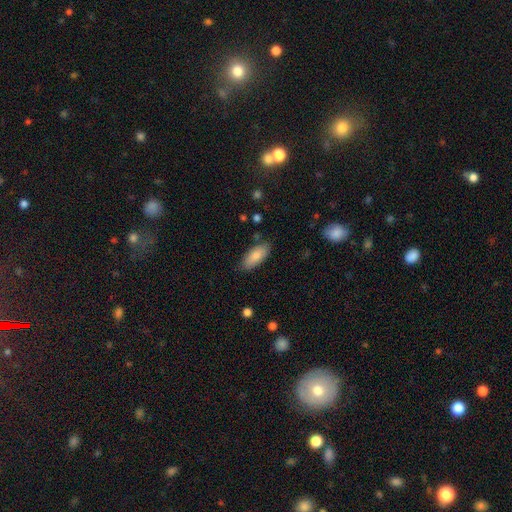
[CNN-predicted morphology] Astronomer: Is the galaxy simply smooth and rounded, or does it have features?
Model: smooth — 83%.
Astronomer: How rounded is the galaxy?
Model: in between — 84%.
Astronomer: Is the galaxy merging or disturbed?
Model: none — 82%.